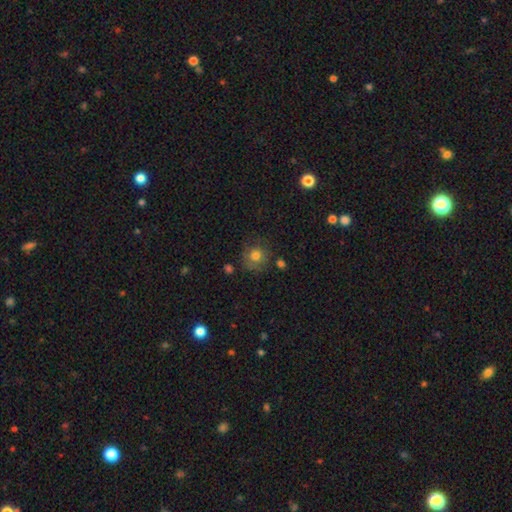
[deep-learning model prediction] Smooth or featured? smooth (77%)
How rounded? round (87%)
Merging? none (71%)